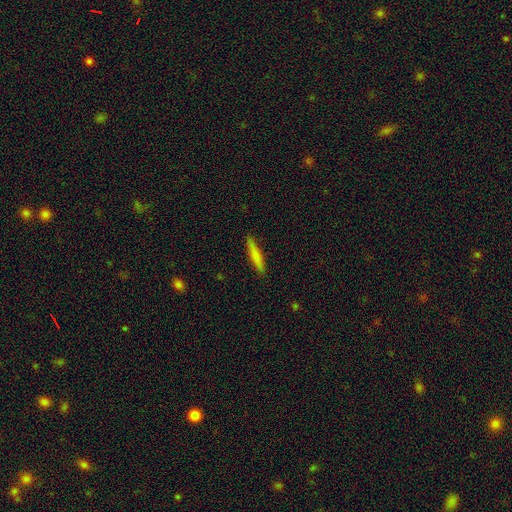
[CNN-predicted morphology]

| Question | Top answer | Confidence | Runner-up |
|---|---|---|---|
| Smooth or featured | smooth | 74% | featured or disk (20%) |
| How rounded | cigar-shaped | 92% | in between (7%) |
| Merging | none | 89% | minor disturbance (8%) |